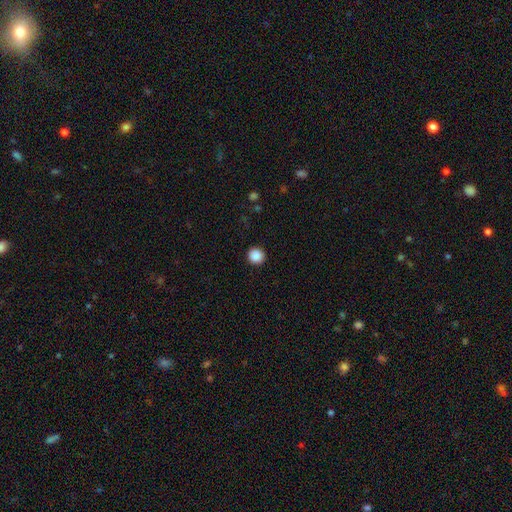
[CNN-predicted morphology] The model was most divided on "smooth or featured": smooth: 89%, star or artifact: 9%, featured or disk: 2%. More confident: how rounded — round (94%); merging — none (93%).